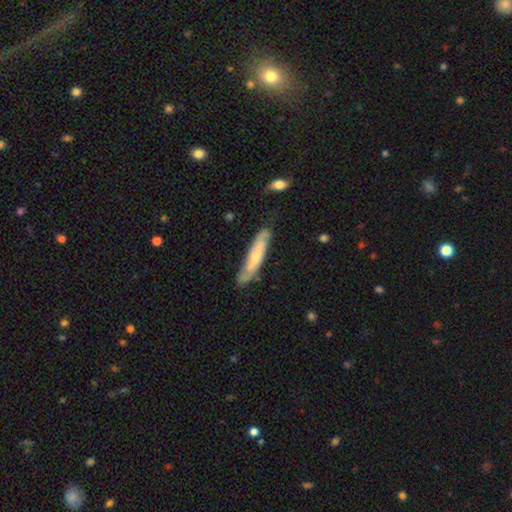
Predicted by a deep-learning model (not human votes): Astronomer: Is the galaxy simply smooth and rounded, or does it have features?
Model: featured or disk — 48% (runner-up: smooth, 46%).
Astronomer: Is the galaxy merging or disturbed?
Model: none — 71%.